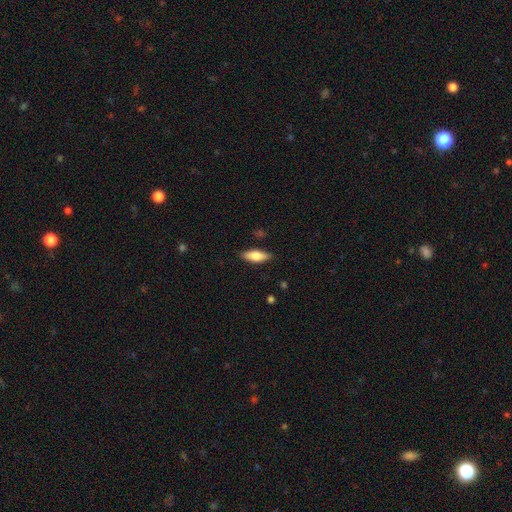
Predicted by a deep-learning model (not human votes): Overall: smooth (74%). How rounded: in between (65%; cigar-shaped 33%). Merging: none (86%).